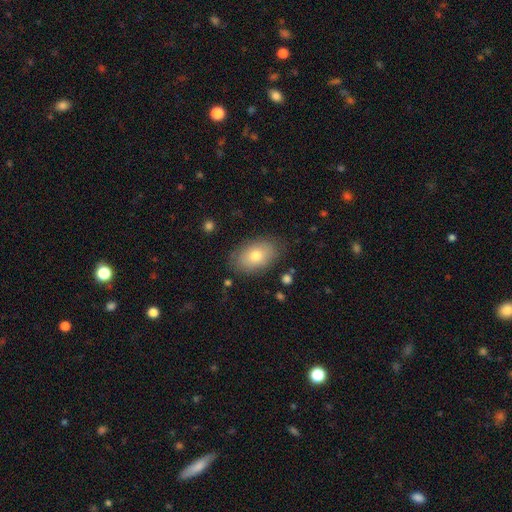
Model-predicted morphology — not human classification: A smooth galaxy with no disk features (73%) that is in between round and cigar-shaped (87%). Merging: none (81%).